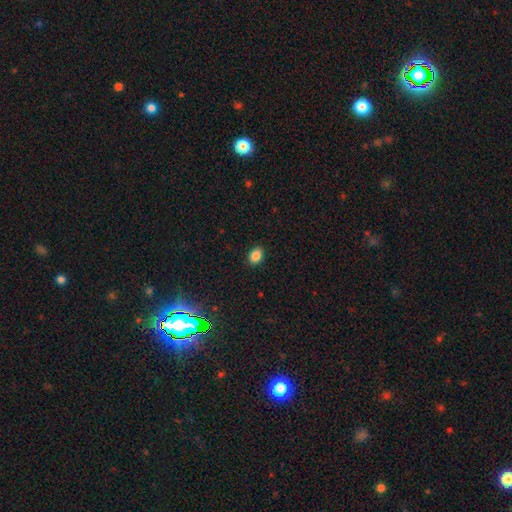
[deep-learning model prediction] Morphology: type=smooth (86%); roundness=in between (75%); merging=none (90%).